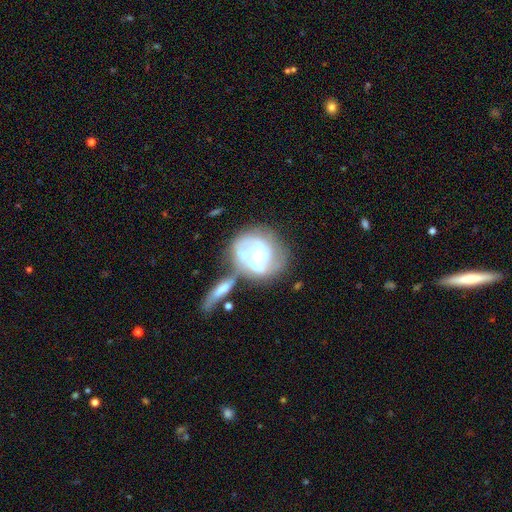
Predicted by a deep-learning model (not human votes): Smooth or featured?
  - featured or disk: 73% *
  - smooth: 20%
  - star or artifact: 7%
Edge-on disk?
  - no: 97% *
  - yes: 3%
Bar?
  - no: 75% *
  - weak: 19%
  - strong: 5%
Spiral arms?
  - yes: 67% *
  - no: 33%
Bulge size?
  - small: 56% *
  - moderate: 29%
  - none: 10%
  - large: 3%
  - dominant: 2%
Merging?
  - merger: 36% *
  - none: 28%
  - major disturbance: 19%
  - minor disturbance: 17%